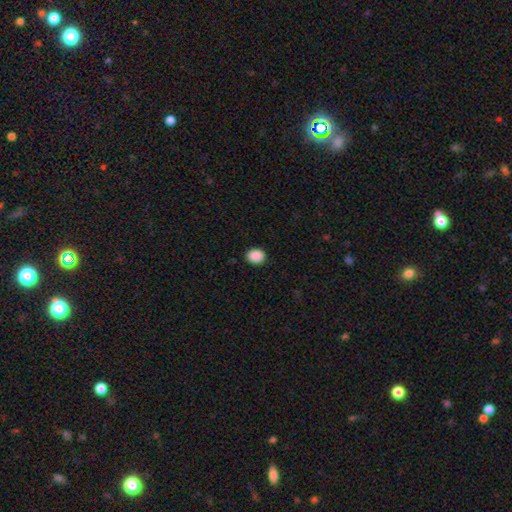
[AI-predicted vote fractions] Morphology: type=smooth (90%); roundness=round (62%); merging=none (90%).